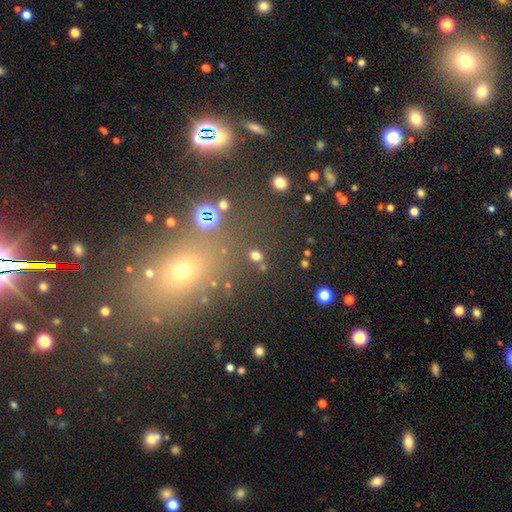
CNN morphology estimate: smooth 70%, star or artifact 23%, featured or disk 7%. Down the decision tree: how rounded — round (51%); merging — none (77%).